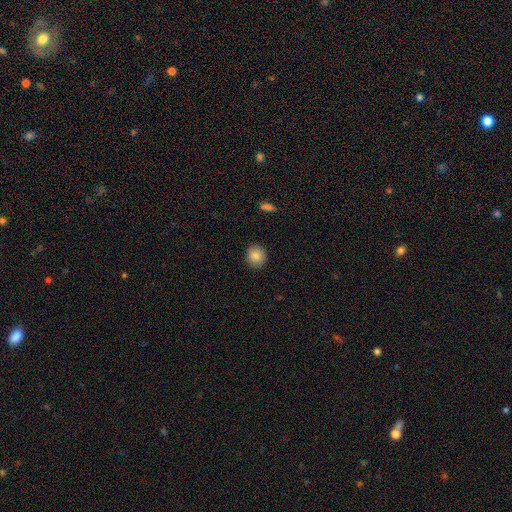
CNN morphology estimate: smooth-or-featured: smooth: 86% | star or artifact: 9% | featured or disk: 6%
  how-rounded: round: 79% | in between: 20% | cigar-shaped: 1%
  merging: none: 90% | minor disturbance: 7% | major disturbance: 2% | merger: 1%